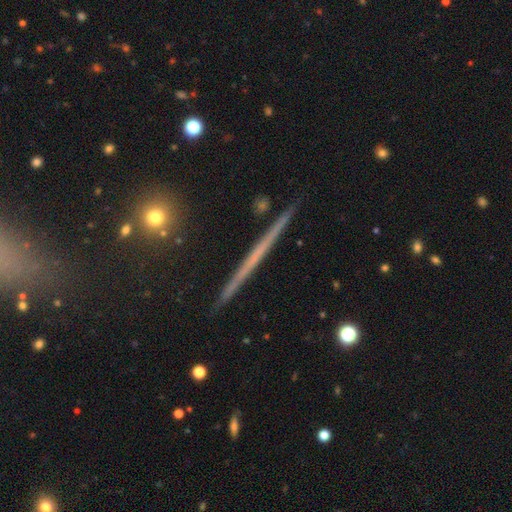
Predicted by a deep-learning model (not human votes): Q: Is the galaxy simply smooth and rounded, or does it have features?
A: featured or disk — 63%.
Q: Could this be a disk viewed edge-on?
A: yes — 98%.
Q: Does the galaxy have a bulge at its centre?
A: none — 89%.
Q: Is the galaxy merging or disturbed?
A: none — 91%.